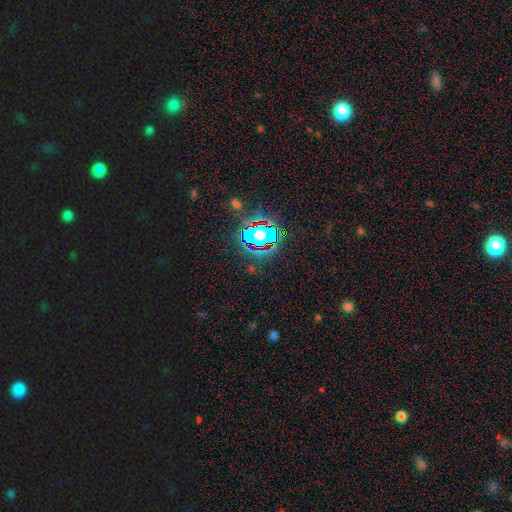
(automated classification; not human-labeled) Q: Smooth or featured?
A: star or artifact (81%); runner-up: smooth (12%)